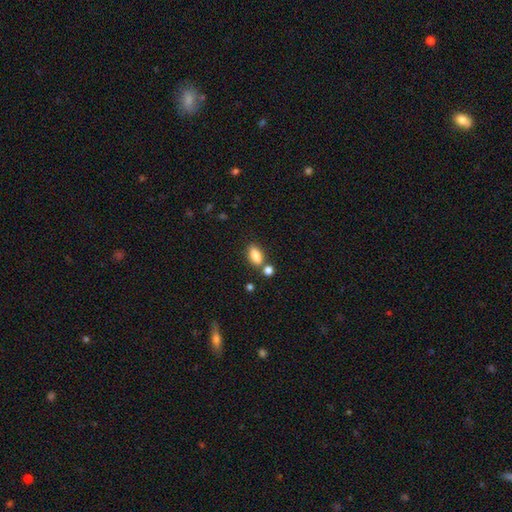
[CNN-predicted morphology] Smooth or featured? Predicted: smooth (p=0.84). How rounded? Predicted: in between (p=0.86). Merging? Predicted: none (p=0.66).